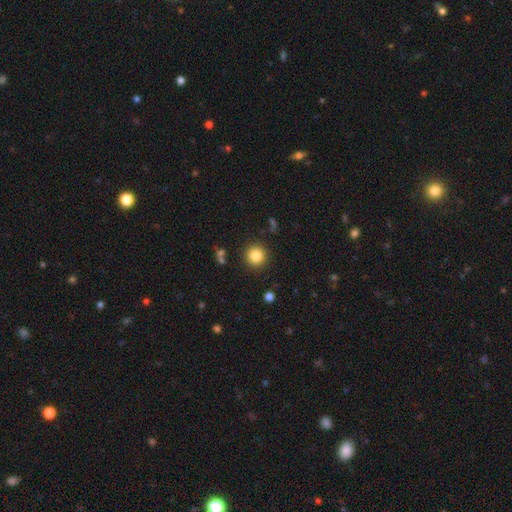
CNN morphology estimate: smooth 84%, star or artifact 11%, featured or disk 5%. Down the decision tree: how rounded — round (94%); merging — none (90%).